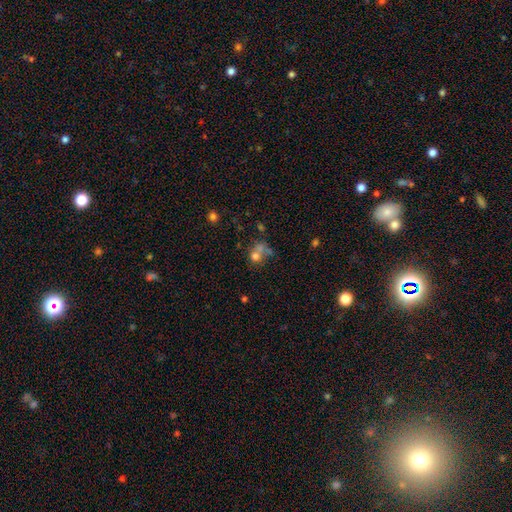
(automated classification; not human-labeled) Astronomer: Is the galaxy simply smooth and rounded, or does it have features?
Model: smooth — 63%.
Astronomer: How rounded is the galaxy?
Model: round — 71%.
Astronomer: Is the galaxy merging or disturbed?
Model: merger — 45% (runner-up: none, 31%).